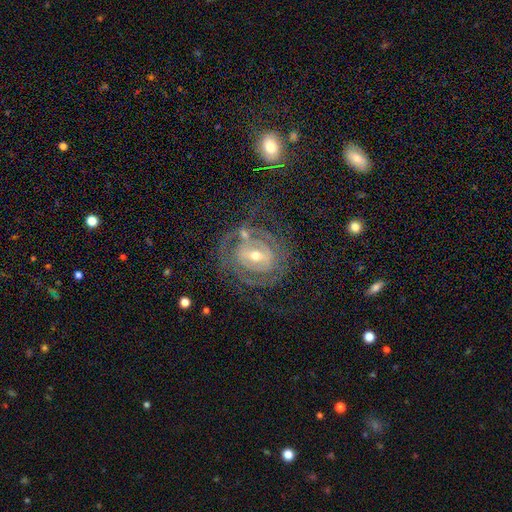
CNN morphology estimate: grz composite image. It shows a featured or disk galaxy (84%) with a weak bar (42%), tight (64%) spiral arms (83%) and a moderate central bulge (48%). Merging: none (59%).